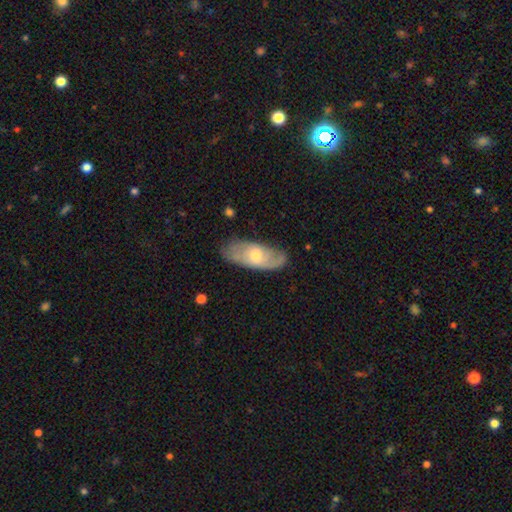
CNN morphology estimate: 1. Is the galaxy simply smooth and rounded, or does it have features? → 55% featured or disk, 39% smooth, 7% star or artifact.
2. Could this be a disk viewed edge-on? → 83% no, 17% yes.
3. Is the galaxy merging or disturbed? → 73% none, 21% minor disturbance, 5% major disturbance, 1% merger.